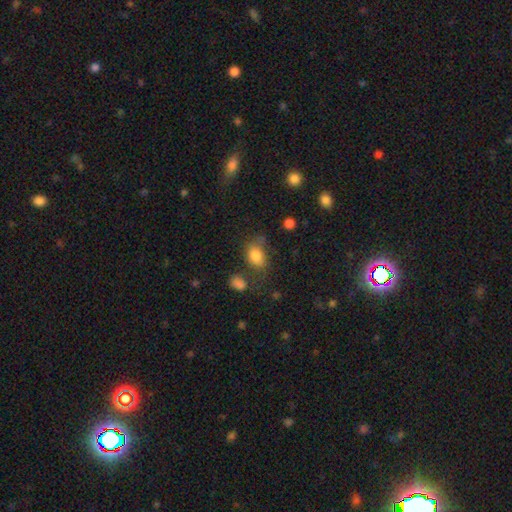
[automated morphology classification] A smooth galaxy with no disk features (82%) that is in between round and cigar-shaped (77%).

Vote fractions:
- Smooth or featured? smooth: 82% / star or artifact: 10% / featured or disk: 8%
- How rounded? in between: 77% / round: 22% / cigar-shaped: 1%
- Merging? none: 50% / minor disturbance: 25% / major disturbance: 15% / merger: 10%